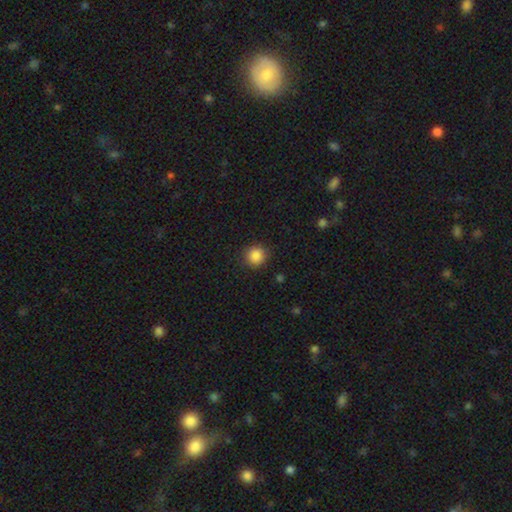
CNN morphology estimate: Smooth or featured? smooth (87%)
How rounded? round (92%)
Merging? none (89%)